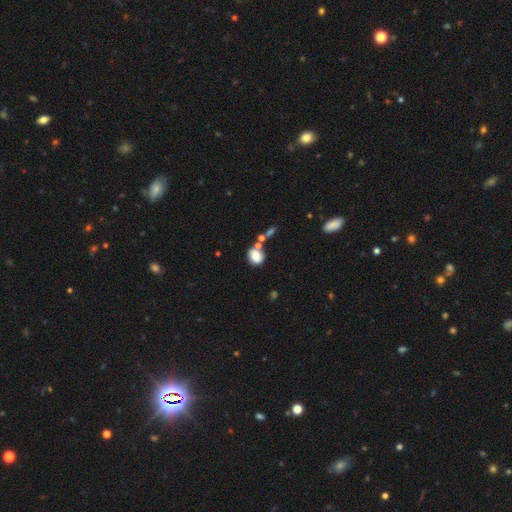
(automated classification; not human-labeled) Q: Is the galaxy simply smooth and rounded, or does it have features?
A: smooth — 79%.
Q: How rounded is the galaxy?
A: round — 63%.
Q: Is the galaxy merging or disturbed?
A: none — 50%.